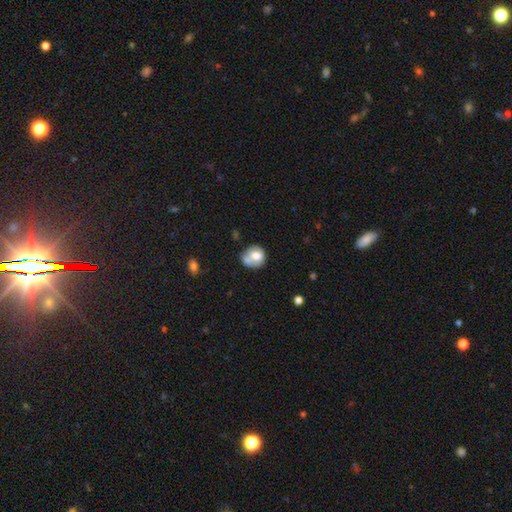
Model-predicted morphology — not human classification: A smooth galaxy with no disk features (60%) that is round (73%).

Vote fractions:
- Smooth or featured? smooth: 60% / featured or disk: 32% / star or artifact: 8%
- How rounded? round: 73% / in between: 26% / cigar-shaped: 1%
- Merging? none: 42% / merger: 27% / minor disturbance: 21% / major disturbance: 10%